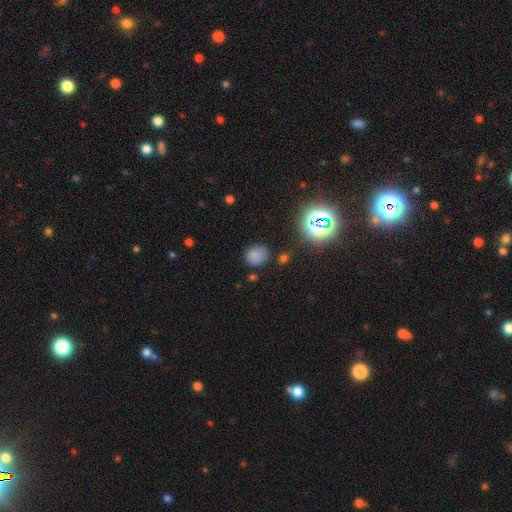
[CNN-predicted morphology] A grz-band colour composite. It shows a smooth galaxy with no disk features (71%) that is round (72%). Merging: none (73%).